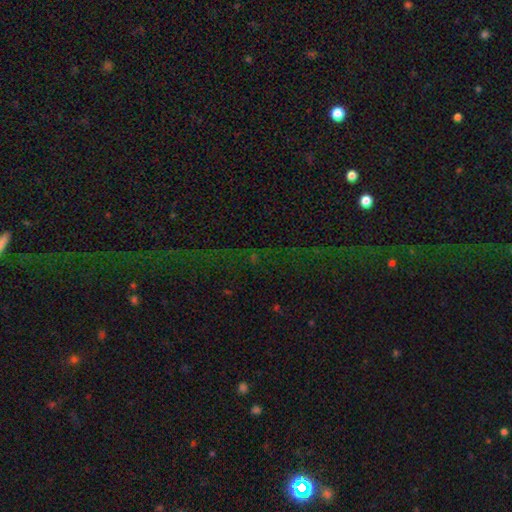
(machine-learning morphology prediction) Smooth or featured: star or artifact — 72% (featured or disk — 15%)